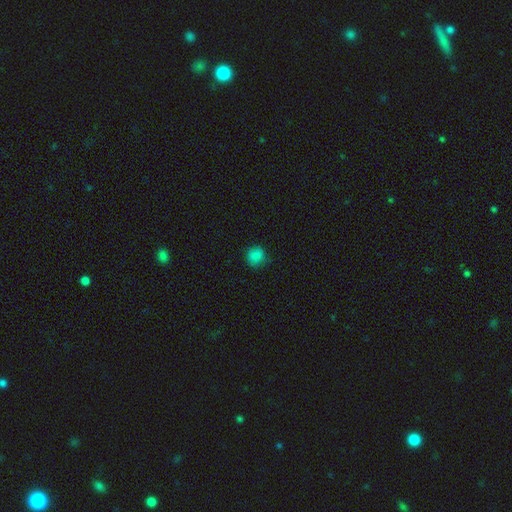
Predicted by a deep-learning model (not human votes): The model was most divided on "merging": none: 82%, minor disturbance: 14%, major disturbance: 3%, merger: 1%. More confident: how rounded — round (85%); smooth or featured — smooth (84%).